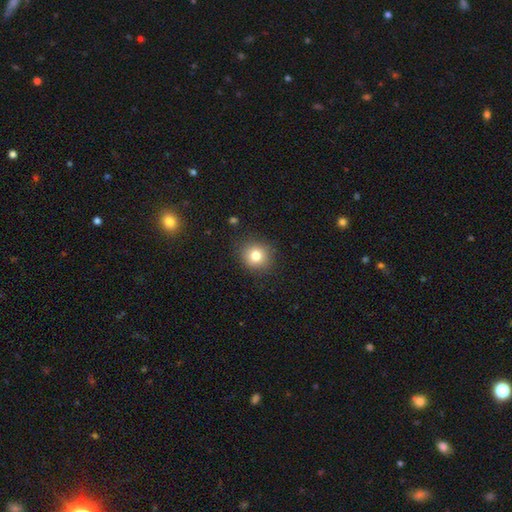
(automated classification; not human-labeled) smooth_or_featured: smooth (p=0.79) [alt: star or artifact p=0.12]
how_rounded: round (p=0.88) [alt: in between p=0.11]
merging: none (p=0.89) [alt: minor disturbance p=0.08]